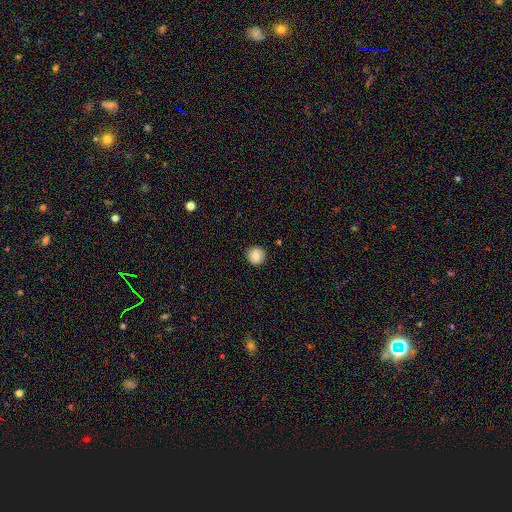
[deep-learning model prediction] Smooth or featured?
  - smooth: 88% *
  - star or artifact: 9%
  - featured or disk: 3%
How rounded?
  - round: 95% *
  - in between: 4%
  - cigar-shaped: 1%
Merging?
  - none: 91% *
  - minor disturbance: 7%
  - major disturbance: 2%
  - merger: 1%